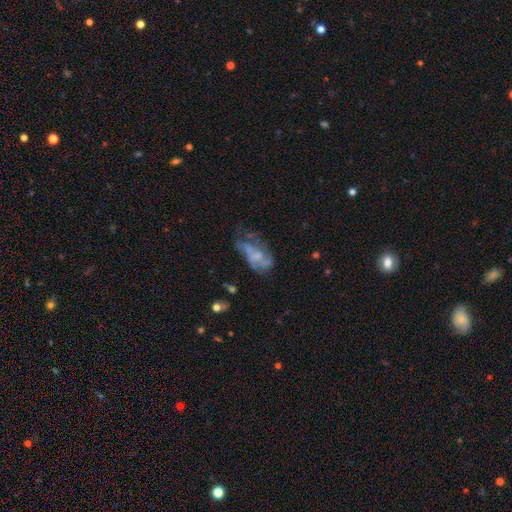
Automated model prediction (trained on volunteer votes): Q: Smooth or featured?
A: featured or disk (58%); runner-up: smooth (30%)
Q: Edge-on disk?
A: no (95%); runner-up: yes (5%)
Q: Bar?
A: no (76%); runner-up: weak (20%)
Q: Spiral arms?
A: no (66%); runner-up: yes (34%)
Q: Bulge size?
A: none (41%); runner-up: small (32%)
Q: Merging?
A: major disturbance (37%); runner-up: none (30%)